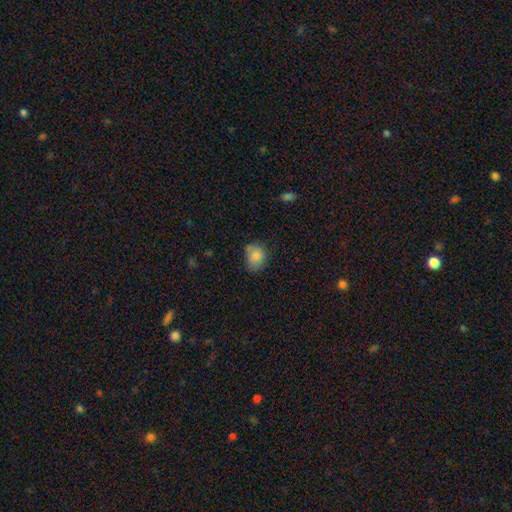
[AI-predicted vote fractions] The model was most divided on "how rounded": round: 50%, in between: 49%, cigar-shaped: 1%. More confident: smooth or featured — smooth (83%); merging — none (61%).